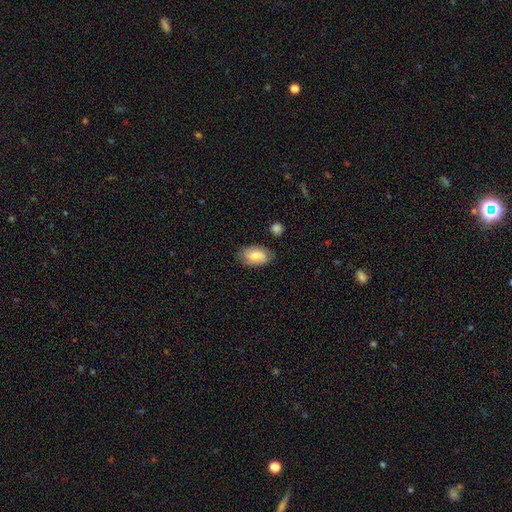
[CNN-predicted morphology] This appears to be a smooth galaxy with no disk features (69%) that is in between round and cigar-shaped (91%). Merging: none (79%).